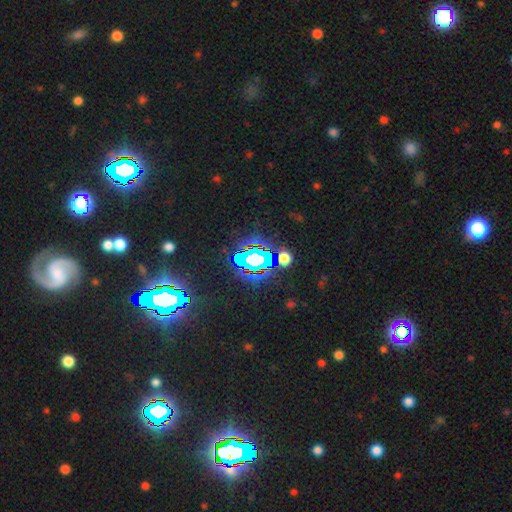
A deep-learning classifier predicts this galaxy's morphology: Smooth or featured: star or artifact — 74% (smooth — 14%)